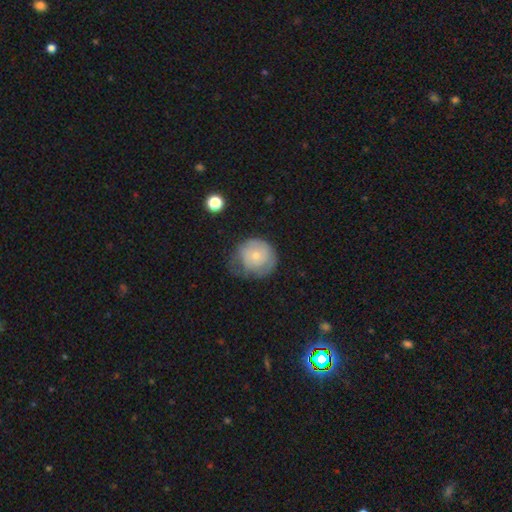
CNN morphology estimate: Smooth or featured: smooth — 59% (featured or disk — 35%)
How rounded: round — 84% (in between — 15%)
Merging: none — 41% (minor disturbance — 36%)